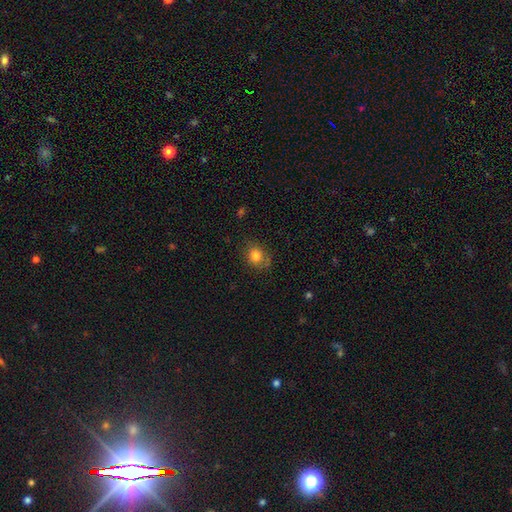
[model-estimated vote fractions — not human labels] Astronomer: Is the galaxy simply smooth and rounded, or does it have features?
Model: smooth — 79%.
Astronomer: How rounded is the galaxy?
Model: round — 62%.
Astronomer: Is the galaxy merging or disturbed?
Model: none — 70%.